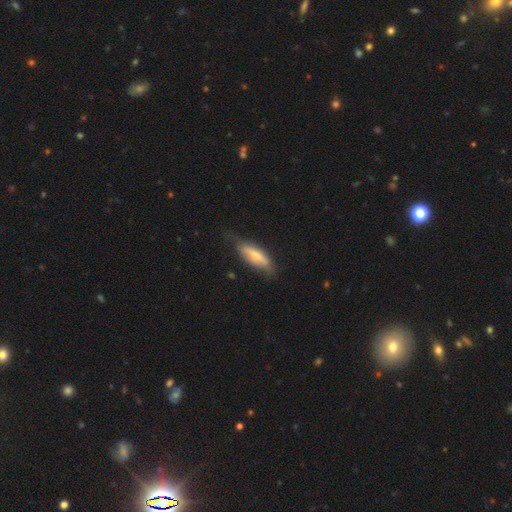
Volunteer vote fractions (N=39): Morphology: type=smooth (69%); roundness=in between (59%); merging=none (56%).